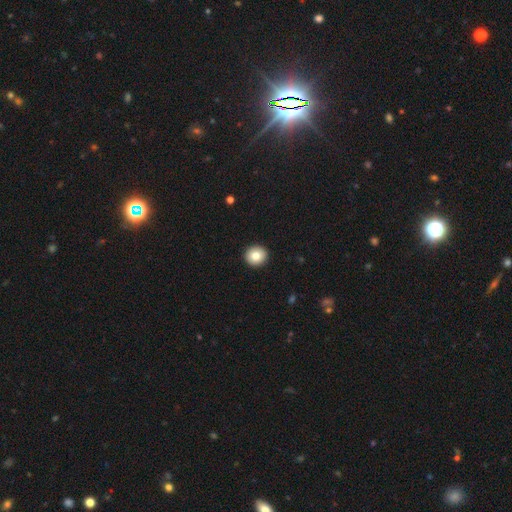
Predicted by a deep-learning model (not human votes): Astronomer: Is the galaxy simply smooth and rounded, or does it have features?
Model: smooth — 82%.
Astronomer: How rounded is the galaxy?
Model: round — 92%.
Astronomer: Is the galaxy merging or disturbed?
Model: none — 93%.